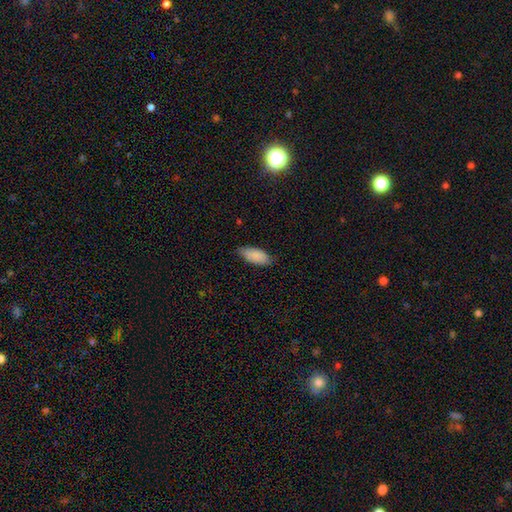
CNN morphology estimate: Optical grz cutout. It shows a smooth galaxy with no disk features (87%) that is in between round and cigar-shaped (89%). Merging: none (74%).